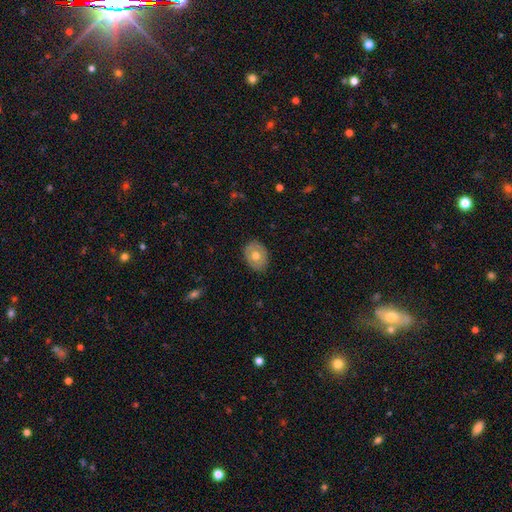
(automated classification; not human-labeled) Smooth or featured: smooth — 61% (featured or disk — 32%)
How rounded: in between — 63% (round — 36%)
Merging: none — 85% (minor disturbance — 11%)